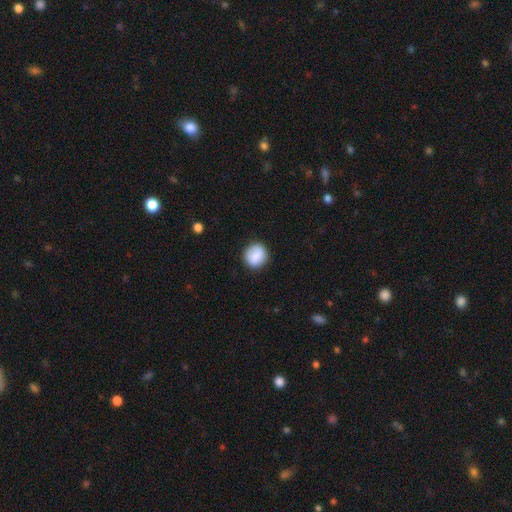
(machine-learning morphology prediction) A smooth galaxy with no disk features (85%) that is round (88%). Merging: none (88%).